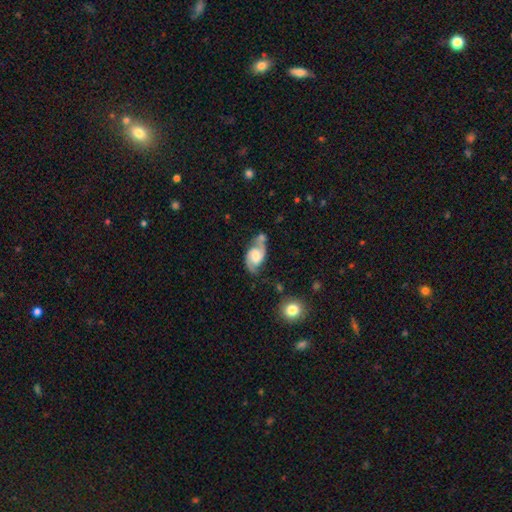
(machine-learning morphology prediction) Q: Smooth or featured?
A: featured or disk (77%); runner-up: smooth (17%)
Q: Edge-on disk?
A: no (97%); runner-up: yes (3%)
Q: Bar?
A: no (49%); runner-up: weak (40%)
Q: Spiral arms?
A: yes (95%); runner-up: no (5%)
Q: Spiral winding?
A: medium (51%); runner-up: loose (25%)
Q: Spiral arm count?
A: 2 (90%); runner-up: can't tell (4%)
Q: Bulge size?
A: moderate (40%); runner-up: small (32%)
Q: Merging?
A: none (47%); runner-up: minor disturbance (23%)